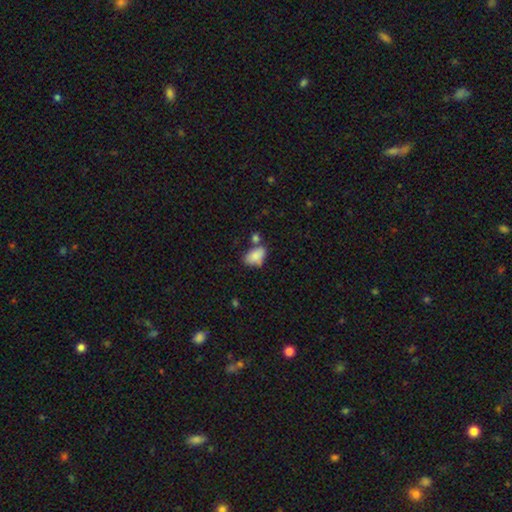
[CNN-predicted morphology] smooth-or-featured: smooth: 80% | featured or disk: 11% | star or artifact: 8%
  how-rounded: in between: 88% | round: 10% | cigar-shaped: 2%
  merging: none: 43% | minor disturbance: 25% | merger: 23% | major disturbance: 9%